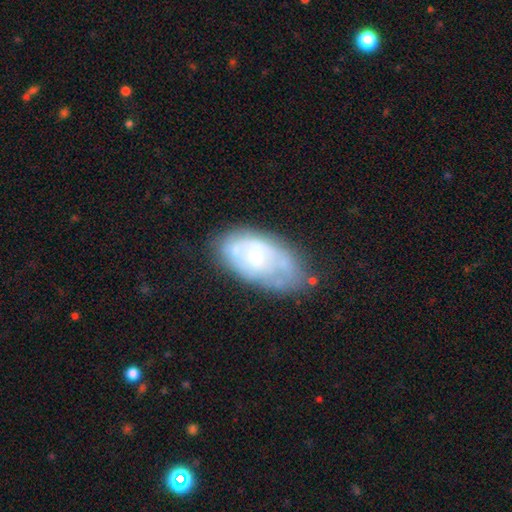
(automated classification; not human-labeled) Smooth or featured? featured or disk (61%)
Edge-on disk? no (94%)
Bar? no (82%)
Spiral arms? no (55%)
Bulge size? small (58%)
Merging? none (50%)